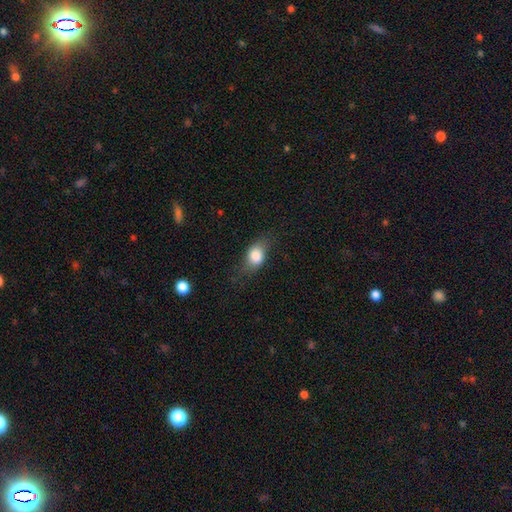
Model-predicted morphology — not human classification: This appears to be a smooth galaxy with no disk features (77%) that is in between round and cigar-shaped (69%). Merging: none (63%).